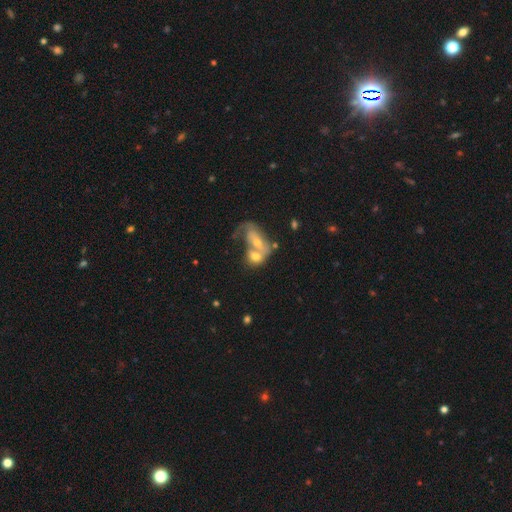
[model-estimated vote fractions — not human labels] Smooth or featured? Predicted: featured or disk (p=0.45). Merging? Predicted: merger (p=0.54).